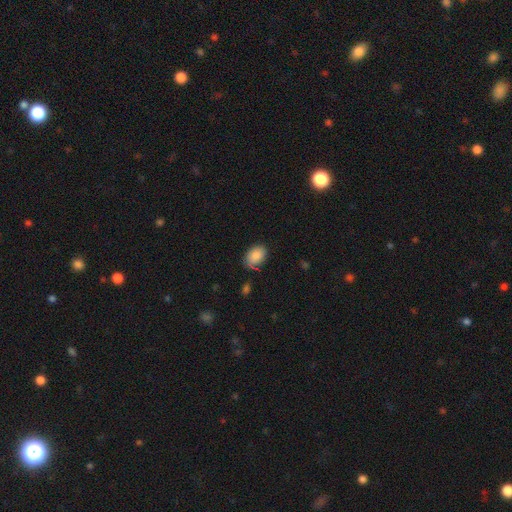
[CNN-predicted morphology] Smooth or featured? Predicted: smooth (p=0.83). How rounded? Predicted: in between (p=0.85). Merging? Predicted: none (p=0.70).